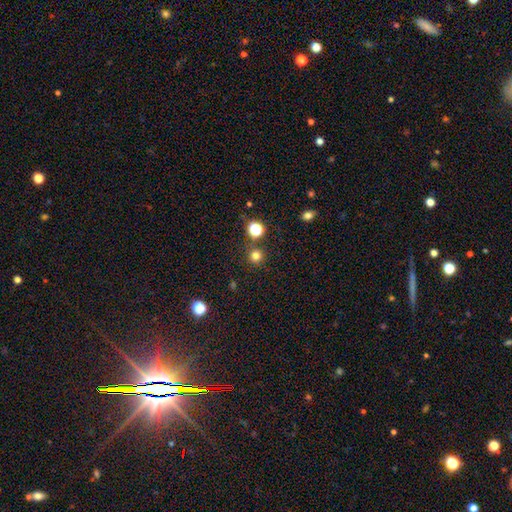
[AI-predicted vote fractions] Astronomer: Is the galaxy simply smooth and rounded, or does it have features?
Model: smooth — 77%.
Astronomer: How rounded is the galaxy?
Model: round — 95%.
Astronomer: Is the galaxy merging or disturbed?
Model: none — 85%.